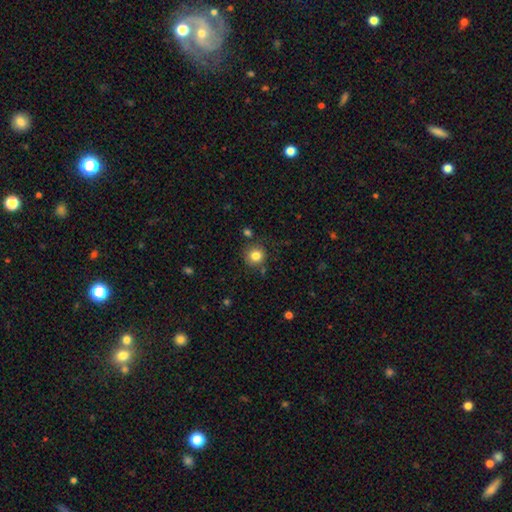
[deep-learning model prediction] smooth 82%, star or artifact 11%, featured or disk 7%. Down the decision tree: how rounded — round (91%); merging — none (82%).